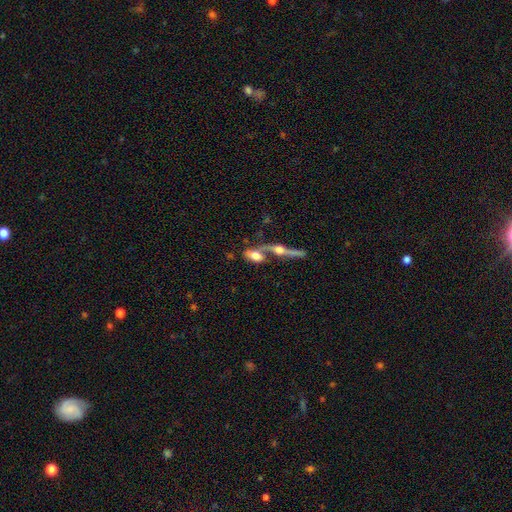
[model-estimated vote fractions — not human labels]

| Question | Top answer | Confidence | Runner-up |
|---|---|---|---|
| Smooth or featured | smooth | 50% | featured or disk (42%) |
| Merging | merger | 56% | none (29%) |